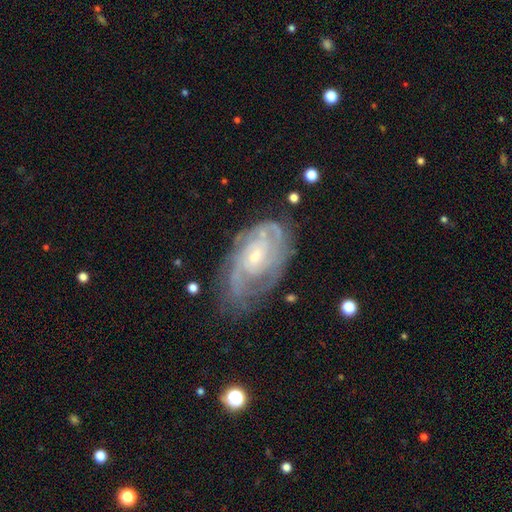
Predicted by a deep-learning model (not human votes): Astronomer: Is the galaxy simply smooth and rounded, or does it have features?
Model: featured or disk — 84%.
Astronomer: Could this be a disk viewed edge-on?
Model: no — 96%.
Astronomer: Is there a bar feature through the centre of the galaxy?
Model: no — 66%.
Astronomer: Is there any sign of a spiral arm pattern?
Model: yes — 92%.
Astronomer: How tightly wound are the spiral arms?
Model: tight — 65%.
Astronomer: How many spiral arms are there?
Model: can't tell — 40% (runner-up: 2, 27%).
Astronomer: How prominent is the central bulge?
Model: small — 64%.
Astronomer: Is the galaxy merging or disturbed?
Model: none — 64%.